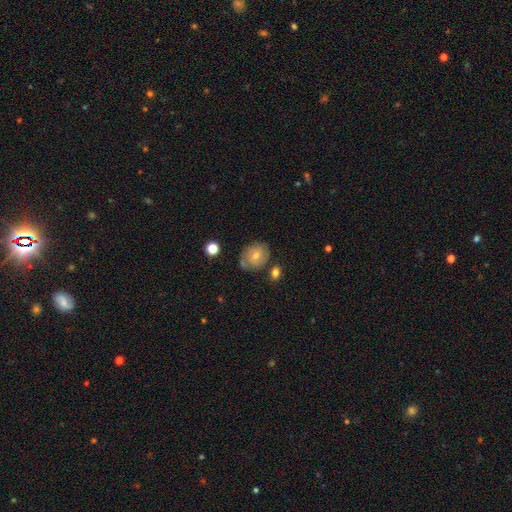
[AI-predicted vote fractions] This appears to be a featured or disk galaxy (54%) with no bar (72%), spiral arms (77%) and a small central bulge (53%). Merging: none (74%).